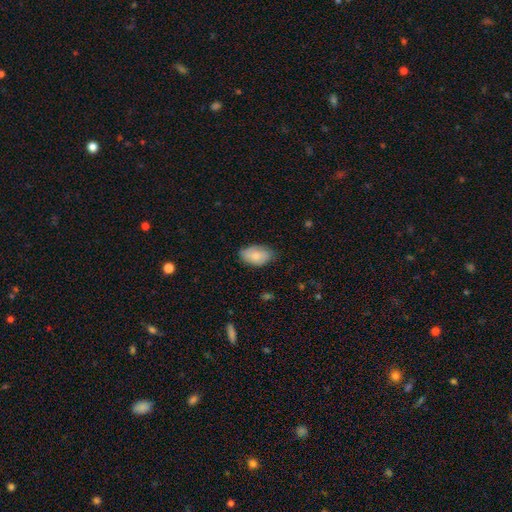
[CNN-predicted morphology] A smooth galaxy with no disk features (77%) that is in between round and cigar-shaped (93%).

Vote fractions:
- Smooth or featured? smooth: 77% / featured or disk: 17% / star or artifact: 6%
- How rounded? in between: 93% / round: 6% / cigar-shaped: 2%
- Merging? none: 71% / minor disturbance: 24% / major disturbance: 4% / merger: 1%